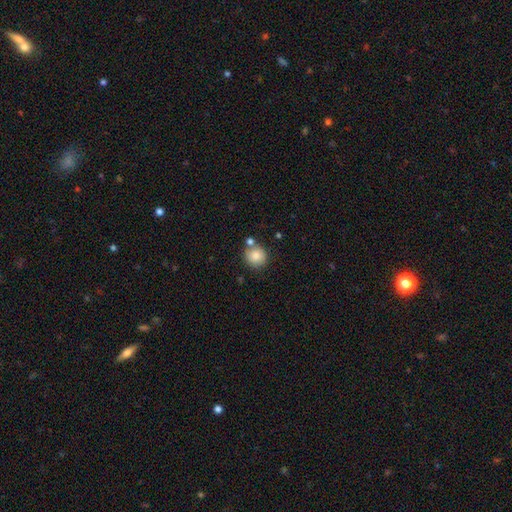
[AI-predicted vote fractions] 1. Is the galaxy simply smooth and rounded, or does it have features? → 85% smooth, 9% star or artifact, 7% featured or disk.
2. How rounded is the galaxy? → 90% round, 9% in between, 1% cigar-shaped.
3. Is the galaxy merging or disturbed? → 71% none, 14% merger, 12% minor disturbance, 3% major disturbance.